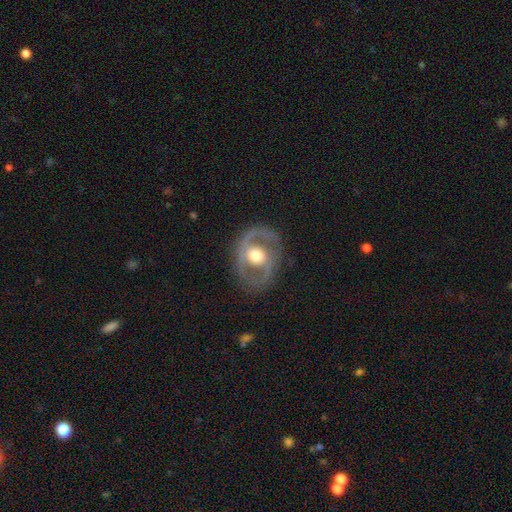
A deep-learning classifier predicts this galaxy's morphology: Overall: featured or disk (74%). Edge-on disk: no (95%). Bar: no (65%; weak 25%). Spiral arms: yes (60%; no 40%). Bulge size: moderate (58%; large 34%). Merging: none (76%).